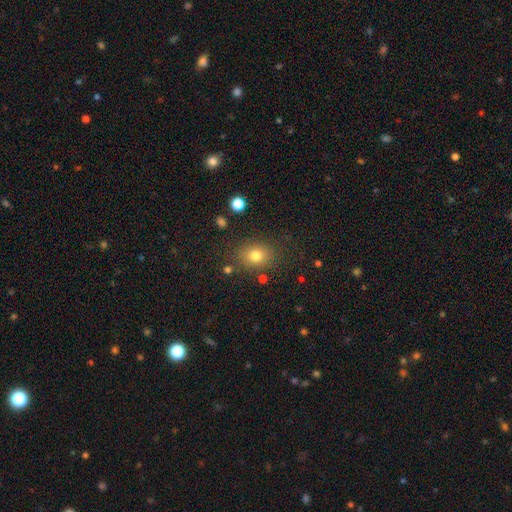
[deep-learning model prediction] A smooth galaxy with no disk features (78%) that is round (59%). Merging: none (81%).